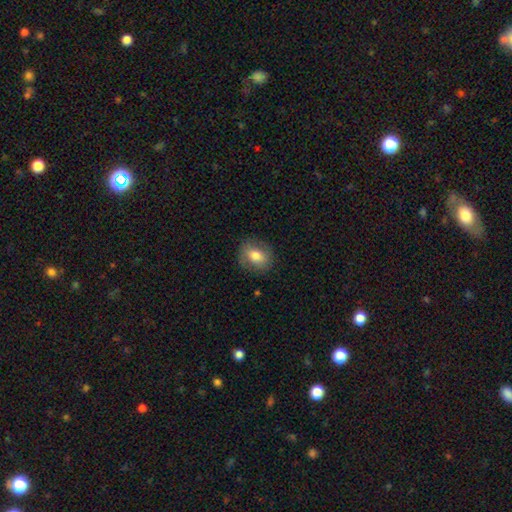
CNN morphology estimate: Smooth or featured? smooth (72%)
How rounded? round (56%)
Merging? none (84%)